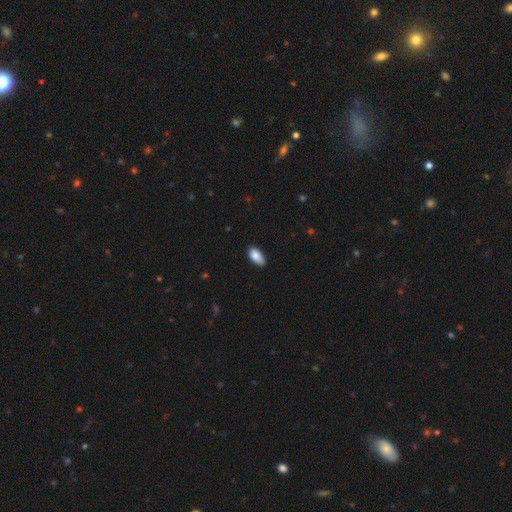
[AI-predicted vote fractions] smooth 88%, star or artifact 7%, featured or disk 5%. Down the decision tree: how rounded — in between (93%); merging — none (83%).